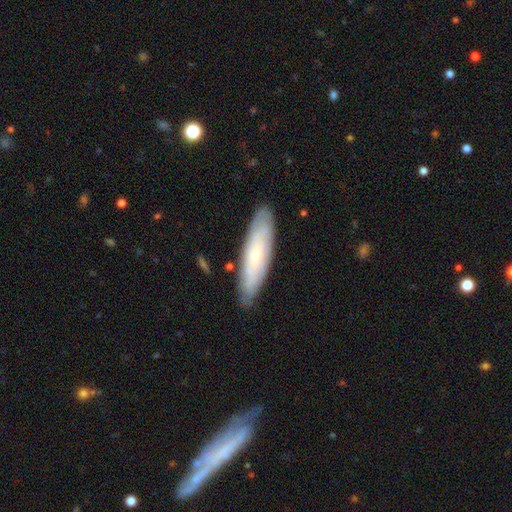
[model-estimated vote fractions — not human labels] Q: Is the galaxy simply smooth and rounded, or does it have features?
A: smooth — 51%.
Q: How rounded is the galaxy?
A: cigar-shaped — 66%.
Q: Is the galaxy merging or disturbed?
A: none — 84%.